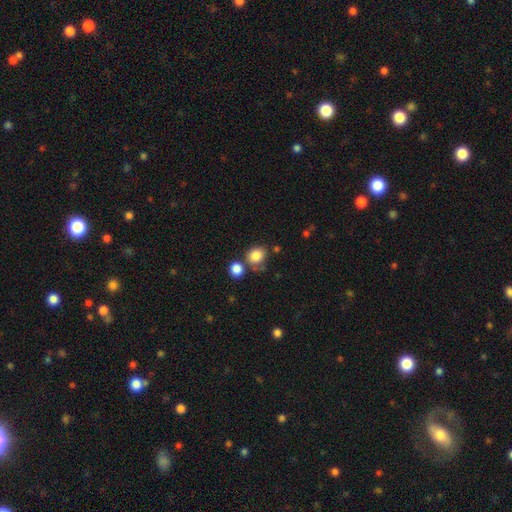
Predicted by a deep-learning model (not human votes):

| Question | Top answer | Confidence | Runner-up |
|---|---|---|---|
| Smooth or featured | smooth | 84% | star or artifact (10%) |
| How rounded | round | 66% | in between (33%) |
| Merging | none | 59% | merger (20%) |